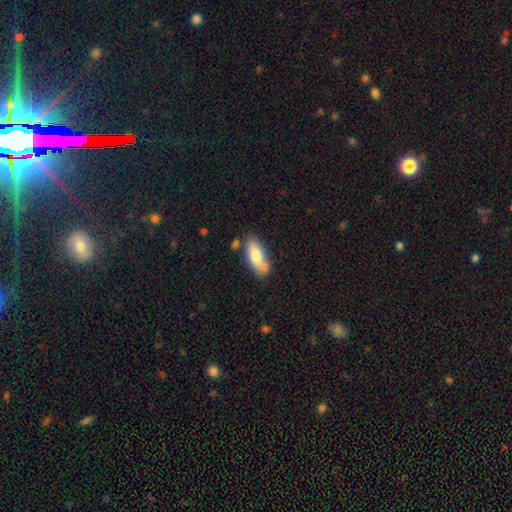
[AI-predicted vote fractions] smooth_or_featured: smooth (p=0.72) [alt: featured or disk p=0.22]
how_rounded: in between (p=0.80) [alt: cigar-shaped p=0.17]
merging: none (p=0.63) [alt: minor disturbance p=0.21]